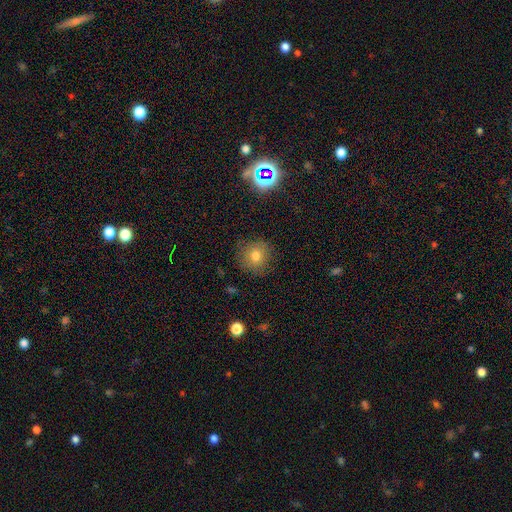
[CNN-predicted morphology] Smooth or featured? smooth (75%)
How rounded? round (90%)
Merging? none (85%)